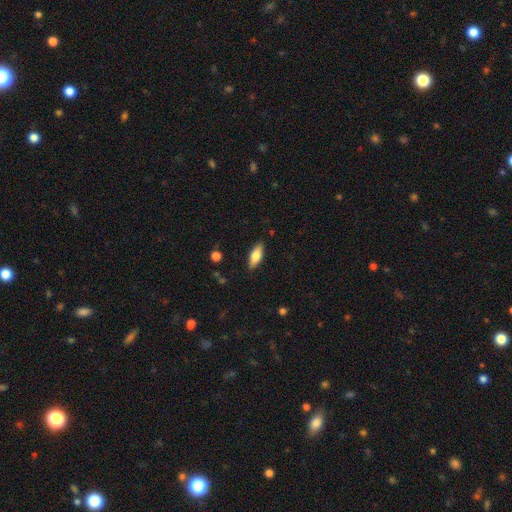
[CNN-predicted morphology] Smooth or featured? smooth (70%)
How rounded? in between (74%)
Merging? none (87%)